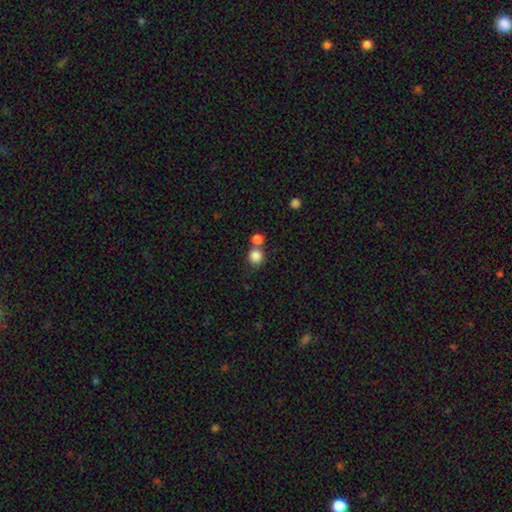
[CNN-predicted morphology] Smooth or featured: smooth — 85% (star or artifact — 10%)
How rounded: round — 86% (in between — 13%)
Merging: none — 54% (merger — 35%)